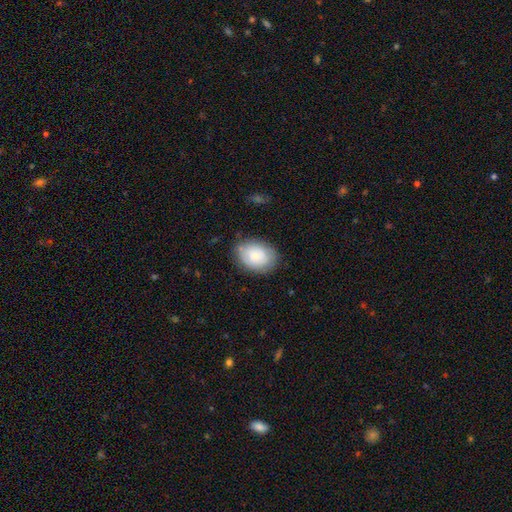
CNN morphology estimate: Q: Smooth or featured?
A: smooth (79%); runner-up: featured or disk (14%)
Q: How rounded?
A: in between (76%); runner-up: round (23%)
Q: Merging?
A: none (77%); runner-up: minor disturbance (17%)